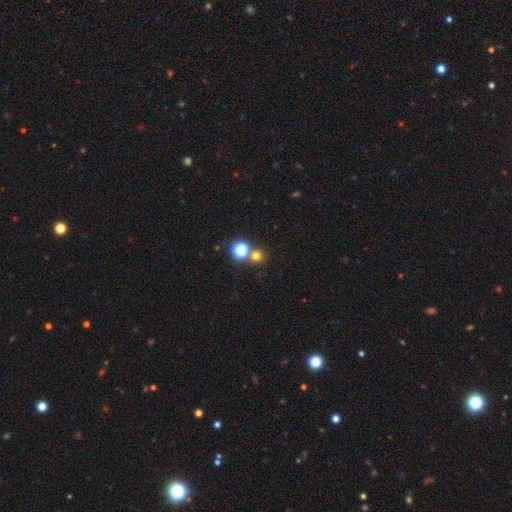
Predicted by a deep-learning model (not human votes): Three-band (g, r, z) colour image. It shows a smooth galaxy with no disk features (68%) that is round (91%). Merging: none (69%).